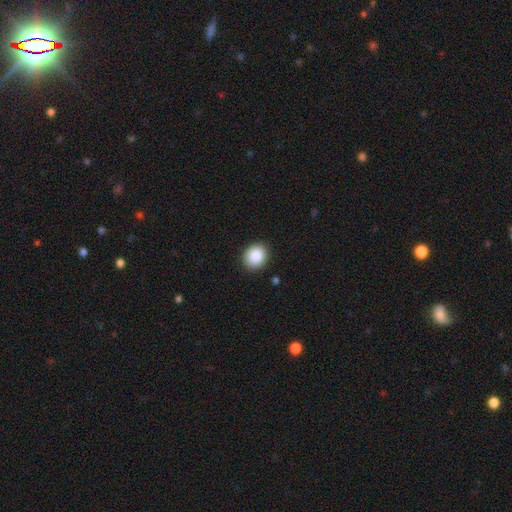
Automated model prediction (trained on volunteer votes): The model was most divided on "how rounded": round: 67%, in between: 32%, cigar-shaped: 1%. More confident: merging — none (90%); smooth or featured — smooth (87%).